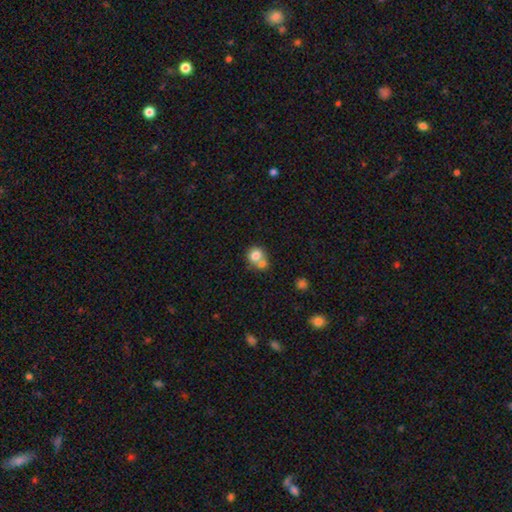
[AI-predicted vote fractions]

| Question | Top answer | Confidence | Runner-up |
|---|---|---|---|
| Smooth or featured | smooth | 78% | featured or disk (13%) |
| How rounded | round | 75% | in between (24%) |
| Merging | merger | 54% | none (35%) |